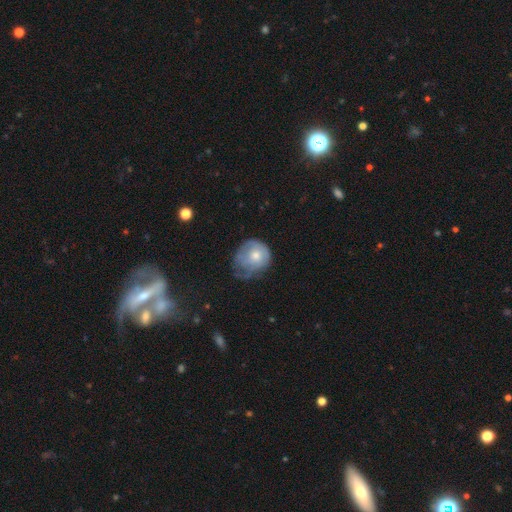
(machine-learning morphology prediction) smooth-or-featured: smooth: 55% | featured or disk: 38% | star or artifact: 7%
  how-rounded: round: 74% | in between: 25% | cigar-shaped: 1%
  merging: minor disturbance: 37% | none: 33% | major disturbance: 28% | merger: 2%